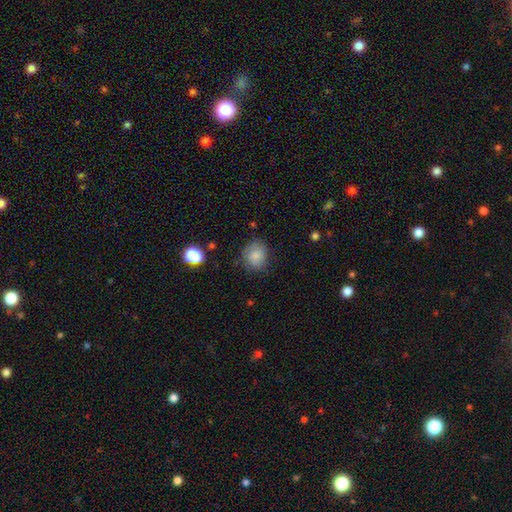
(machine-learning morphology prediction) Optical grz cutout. It shows a smooth galaxy with no disk features (82%) that is round (71%). Merging: none (74%).